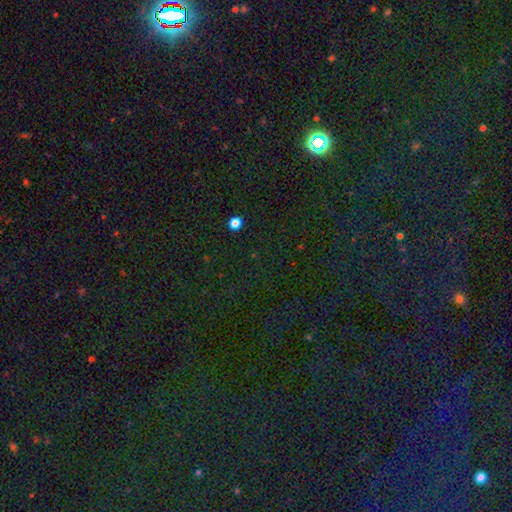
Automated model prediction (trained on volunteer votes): Morphology: type=star or artifact (80%).